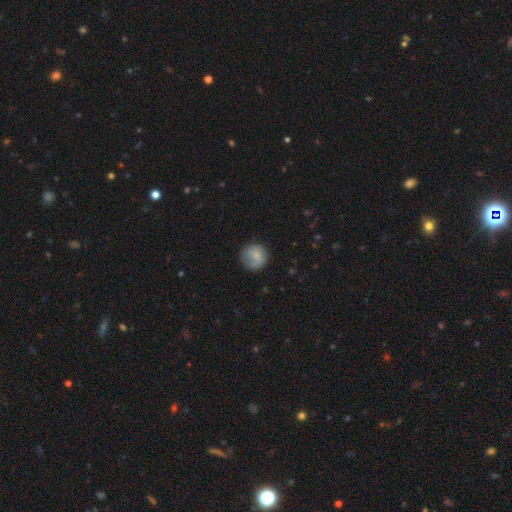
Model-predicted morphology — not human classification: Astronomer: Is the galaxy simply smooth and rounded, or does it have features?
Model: smooth — 77%.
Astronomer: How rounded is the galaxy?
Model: round — 90%.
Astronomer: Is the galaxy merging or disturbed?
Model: none — 70%.